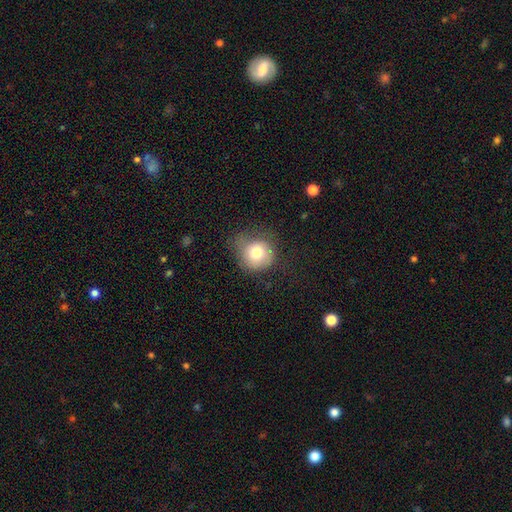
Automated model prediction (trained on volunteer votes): This appears to be a smooth galaxy with no disk features (76%) that is round (85%). Merging: none (53%).